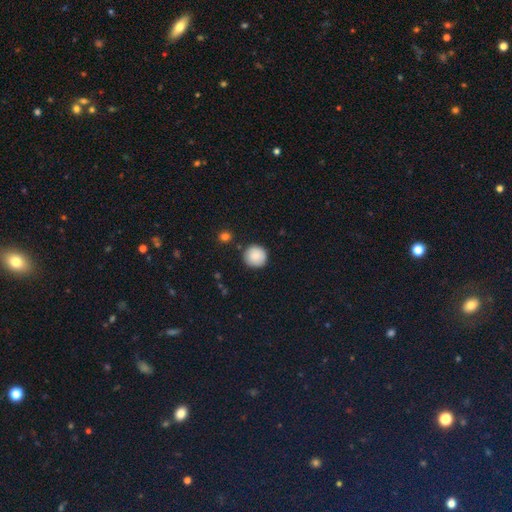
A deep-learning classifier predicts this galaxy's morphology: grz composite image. It shows a smooth galaxy with no disk features (88%) that is round (95%). Merging: none (87%).